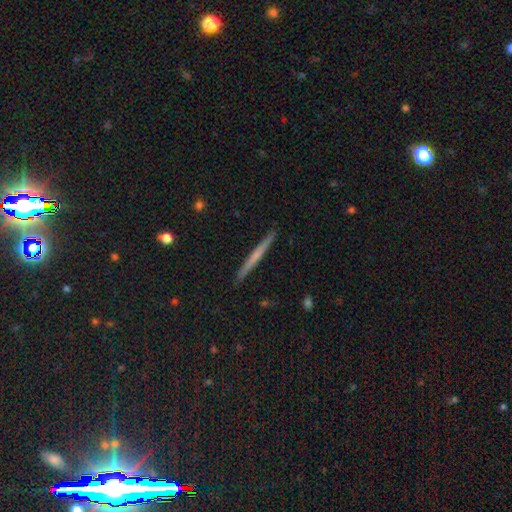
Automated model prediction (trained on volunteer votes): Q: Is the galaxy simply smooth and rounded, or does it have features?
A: featured or disk — 49%.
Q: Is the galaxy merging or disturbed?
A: none — 93%.